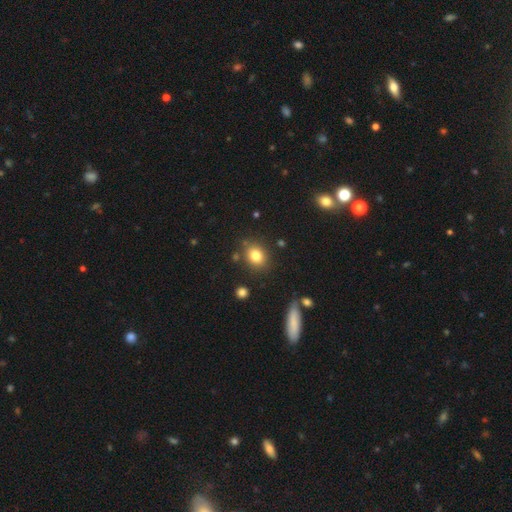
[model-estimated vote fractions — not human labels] A smooth galaxy with no disk features (81%) that is round (58%).

Vote fractions:
- Smooth or featured? smooth: 81% / star or artifact: 11% / featured or disk: 8%
- How rounded? round: 58% / in between: 41% / cigar-shaped: 1%
- Merging? none: 82% / minor disturbance: 11% / merger: 4% / major disturbance: 3%